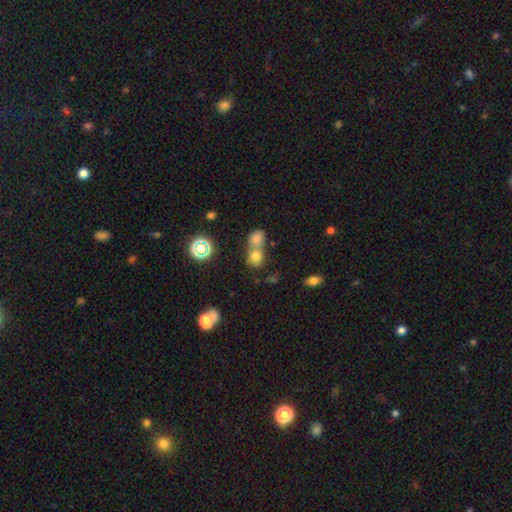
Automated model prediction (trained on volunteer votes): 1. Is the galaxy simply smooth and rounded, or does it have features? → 73% smooth, 18% star or artifact, 9% featured or disk.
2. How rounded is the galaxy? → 68% round, 30% in between, 2% cigar-shaped.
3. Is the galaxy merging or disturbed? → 57% merger, 34% none, 6% minor disturbance, 3% major disturbance.